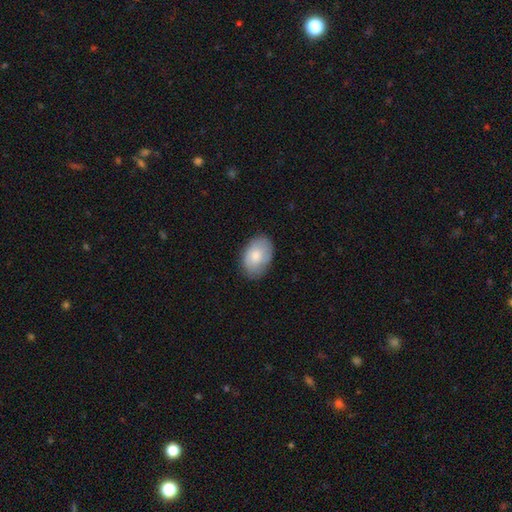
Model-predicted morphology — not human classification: A smooth galaxy with no disk features (77%) that is in between round and cigar-shaped (86%).

Vote fractions:
- Smooth or featured? smooth: 77% / featured or disk: 17% / star or artifact: 6%
- How rounded? in between: 86% / round: 13% / cigar-shaped: 1%
- Merging? none: 79% / minor disturbance: 17% / major disturbance: 3% / merger: 1%